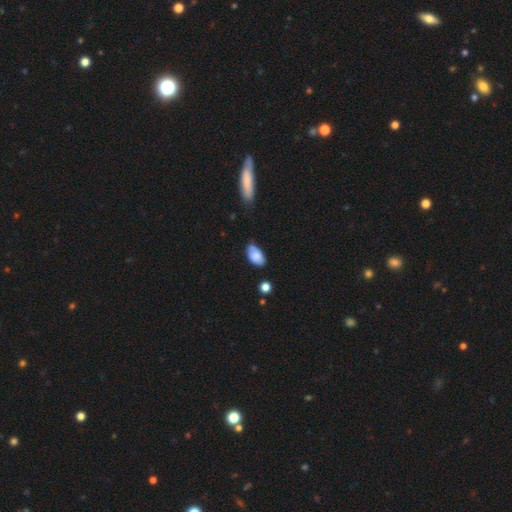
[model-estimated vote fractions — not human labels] Smooth or featured? smooth (79%)
How rounded? in between (93%)
Merging? none (55%)